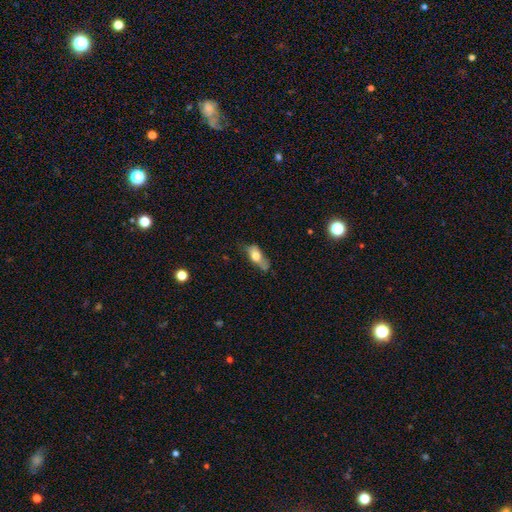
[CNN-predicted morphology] type=smooth (65%); roundness=in between (74%); merging=none (49%).